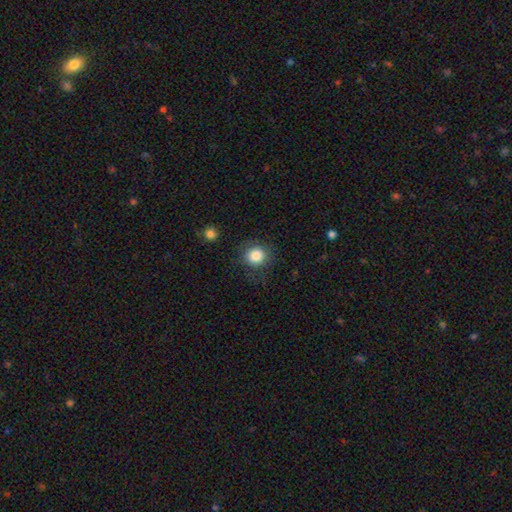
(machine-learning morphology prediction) Smooth or featured?
  - smooth: 85% *
  - star or artifact: 10%
  - featured or disk: 5%
How rounded?
  - round: 88% *
  - in between: 11%
  - cigar-shaped: 1%
Merging?
  - none: 80% *
  - minor disturbance: 13%
  - major disturbance: 5%
  - merger: 2%